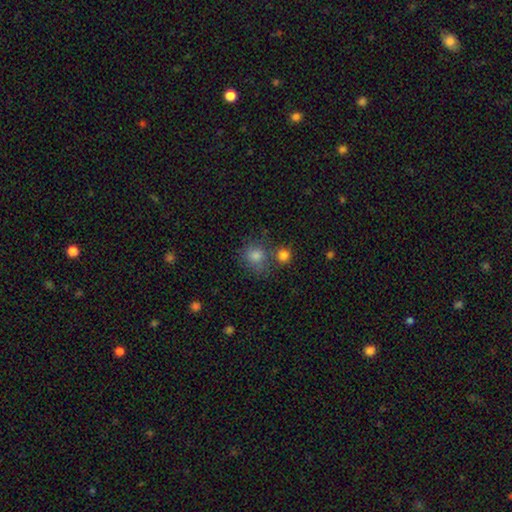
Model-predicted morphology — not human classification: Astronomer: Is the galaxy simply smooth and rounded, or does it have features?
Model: smooth — 79%.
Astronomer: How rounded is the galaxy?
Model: round — 80%.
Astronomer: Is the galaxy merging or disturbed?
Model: none — 62%.